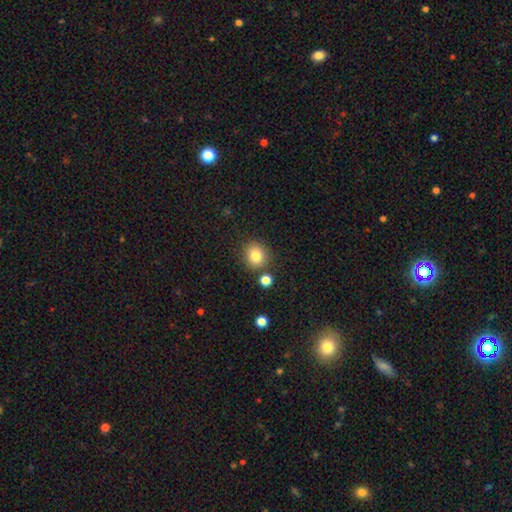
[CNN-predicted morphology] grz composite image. It shows a smooth galaxy with no disk features (83%) that is round (82%). Merging: none (81%).